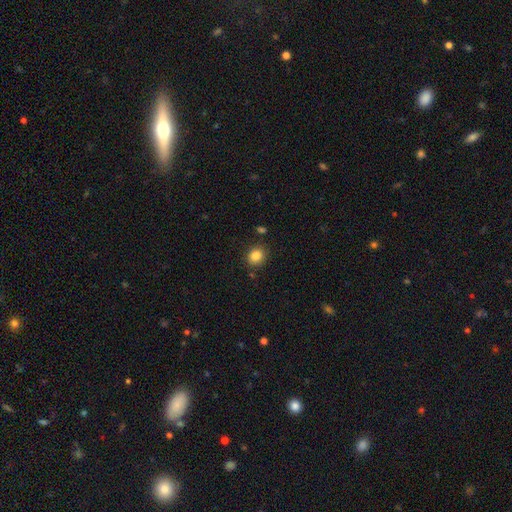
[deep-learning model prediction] smooth_or_featured: smooth (p=0.85) [alt: star or artifact p=0.10]
how_rounded: round (p=0.64) [alt: in between p=0.35]
merging: none (p=0.82) [alt: minor disturbance p=0.11]